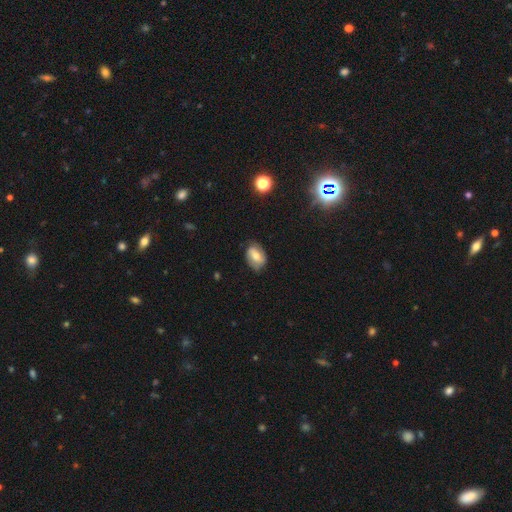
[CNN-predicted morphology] A smooth galaxy with no disk features (56%) that is in between round and cigar-shaped (79%). Merging: none (75%).